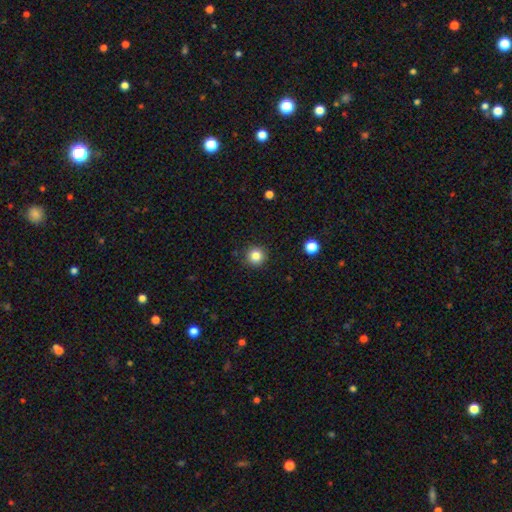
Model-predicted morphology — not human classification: Q: Smooth or featured?
A: smooth (83%); runner-up: star or artifact (12%)
Q: How rounded?
A: round (95%); runner-up: in between (5%)
Q: Merging?
A: none (91%); runner-up: minor disturbance (6%)